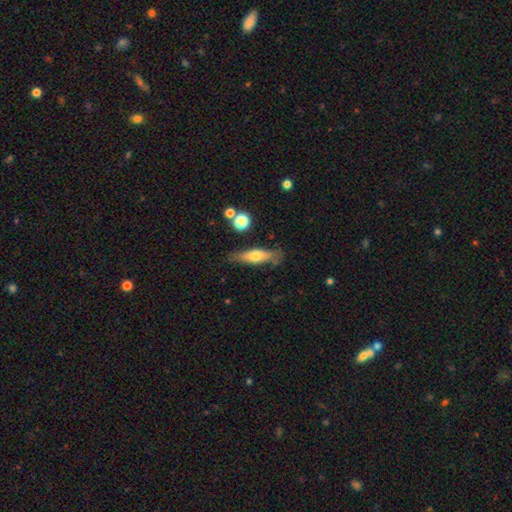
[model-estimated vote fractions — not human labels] Q: Smooth or featured?
A: smooth (59%); runner-up: featured or disk (33%)
Q: How rounded?
A: cigar-shaped (60%); runner-up: in between (37%)
Q: Merging?
A: none (73%); runner-up: minor disturbance (18%)